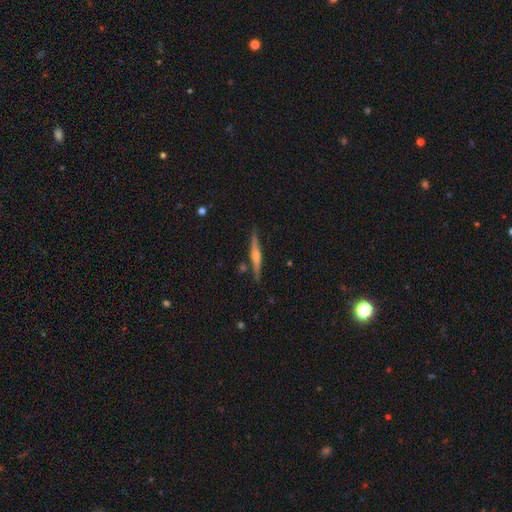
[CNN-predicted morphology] A featured or disk galaxy (75%) viewed edge-on (97%) with a rounded central bulge (85%).

Vote fractions:
- Smooth or featured? featured or disk: 75% / smooth: 19% / star or artifact: 6%
- Edge-on disk? yes: 97% / no: 3%
- Edge-on bulge? rounded: 85% / none: 8% / boxy: 6%
- Merging? none: 87% / minor disturbance: 9% / merger: 3% / major disturbance: 2%